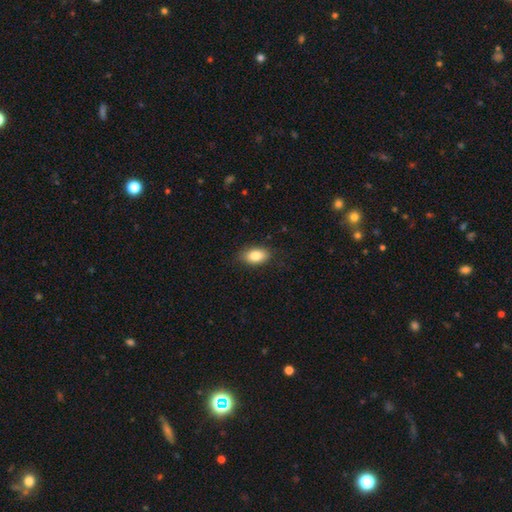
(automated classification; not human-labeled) This appears to be a smooth galaxy with no disk features (84%) that is in between round and cigar-shaped (90%). Merging: none (84%).